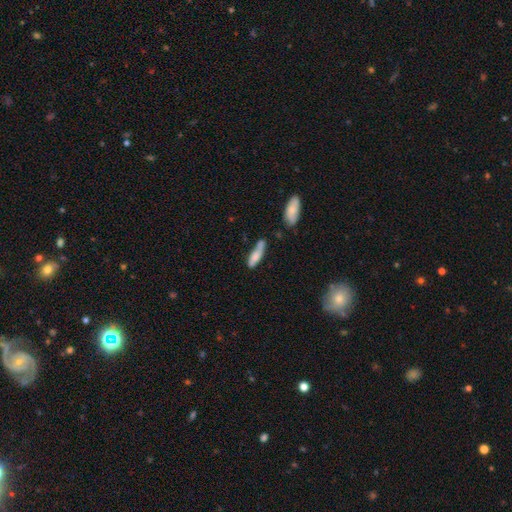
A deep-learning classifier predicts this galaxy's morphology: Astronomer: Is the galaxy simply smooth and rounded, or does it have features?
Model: smooth — 70%.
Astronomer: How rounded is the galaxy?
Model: cigar-shaped — 55% (runner-up: in between, 42%).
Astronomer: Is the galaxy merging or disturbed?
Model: none — 44% (runner-up: minor disturbance, 29%).